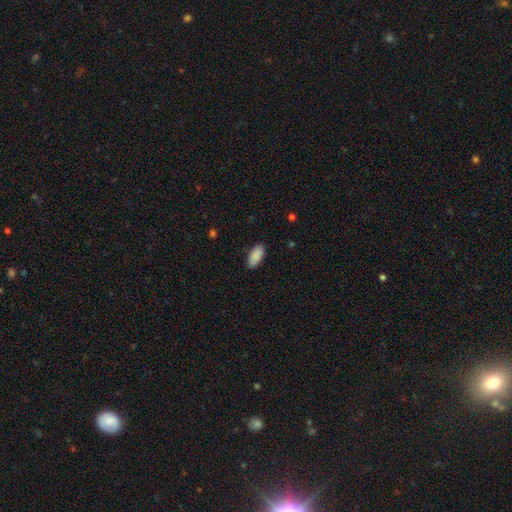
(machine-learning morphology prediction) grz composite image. It shows a smooth galaxy with no disk features (89%) that is in between round and cigar-shaped (91%). Merging: none (87%).